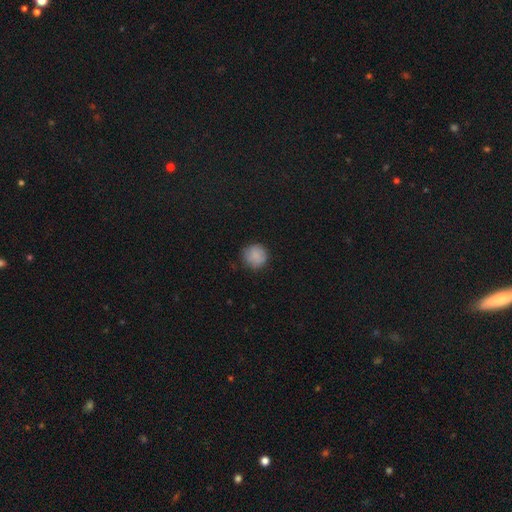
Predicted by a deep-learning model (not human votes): The model was most divided on "merging": none: 80%, minor disturbance: 15%, major disturbance: 3%, merger: 1%. More confident: how rounded — round (92%); smooth or featured — smooth (84%).